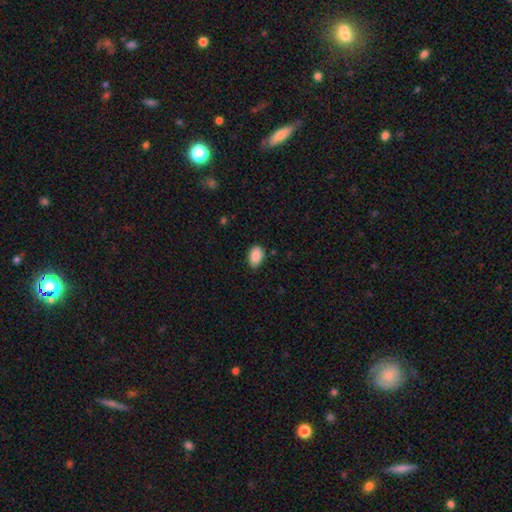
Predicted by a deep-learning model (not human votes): smooth-or-featured: smooth: 88% | star or artifact: 7% | featured or disk: 5%
  how-rounded: in between: 87% | round: 11% | cigar-shaped: 1%
  merging: none: 81% | minor disturbance: 15% | major disturbance: 2% | merger: 1%